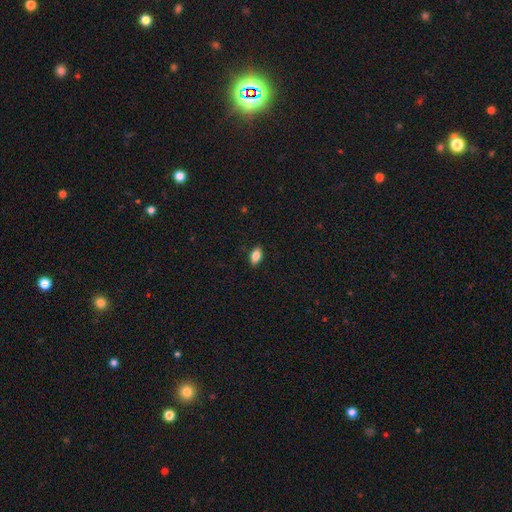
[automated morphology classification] Q: Smooth or featured?
A: smooth (83%); runner-up: featured or disk (9%)
Q: How rounded?
A: in between (90%); runner-up: round (5%)
Q: Merging?
A: none (87%); runner-up: minor disturbance (10%)